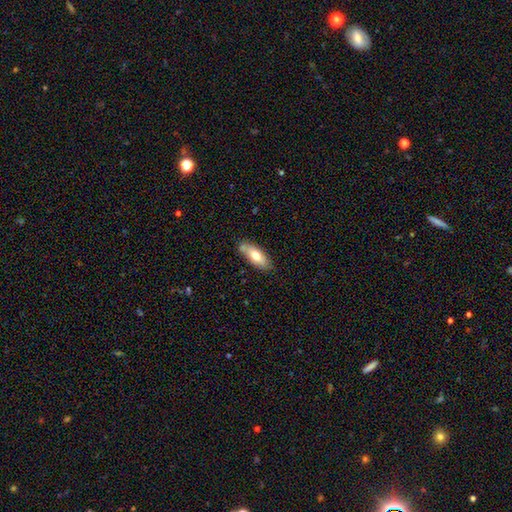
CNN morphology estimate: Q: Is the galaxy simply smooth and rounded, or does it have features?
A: smooth — 69%.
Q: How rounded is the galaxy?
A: in between — 72%.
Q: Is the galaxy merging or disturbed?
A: none — 73%.